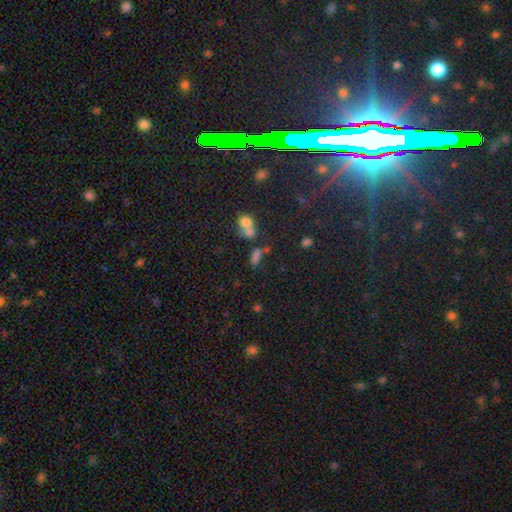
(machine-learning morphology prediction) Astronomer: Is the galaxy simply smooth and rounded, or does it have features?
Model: smooth — 53% (runner-up: star or artifact, 30%).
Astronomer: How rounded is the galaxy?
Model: in between — 56% (runner-up: round, 36%).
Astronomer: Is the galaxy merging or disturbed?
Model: merger — 50% (runner-up: none, 34%).